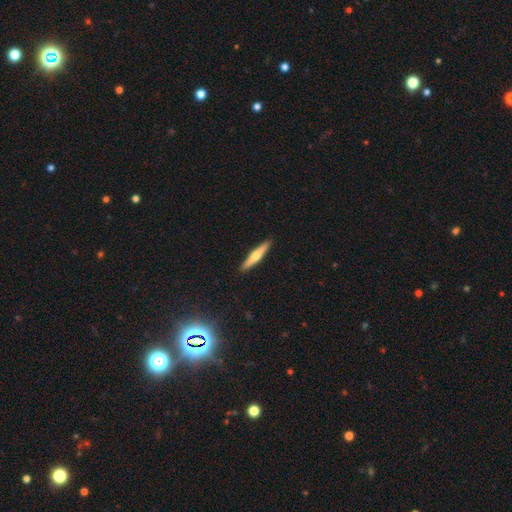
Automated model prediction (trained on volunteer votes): Smooth or featured: featured or disk — 49% (smooth — 46%)
Merging: none — 92% (minor disturbance — 6%)